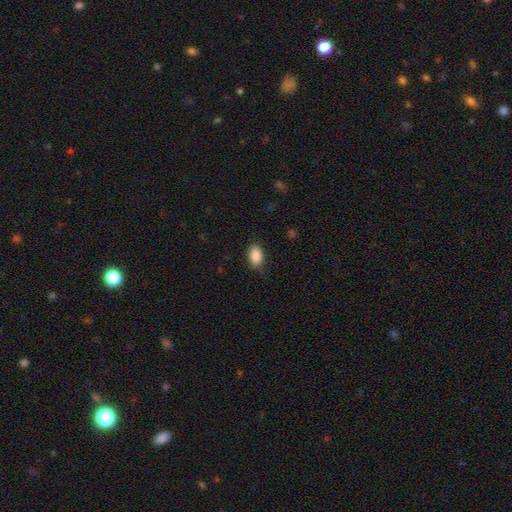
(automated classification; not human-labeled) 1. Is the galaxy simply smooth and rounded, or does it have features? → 88% smooth, 8% star or artifact, 5% featured or disk.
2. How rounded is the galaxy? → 89% in between, 10% round, 1% cigar-shaped.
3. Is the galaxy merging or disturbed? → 83% none, 13% minor disturbance, 3% major disturbance, 1% merger.